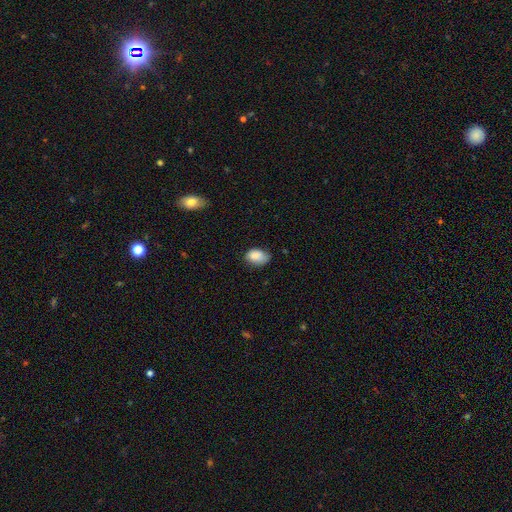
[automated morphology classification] Smooth or featured?
  - smooth: 84% *
  - star or artifact: 8%
  - featured or disk: 8%
How rounded?
  - in between: 83% *
  - round: 15%
  - cigar-shaped: 1%
Merging?
  - none: 56% *
  - minor disturbance: 35%
  - major disturbance: 7%
  - merger: 2%